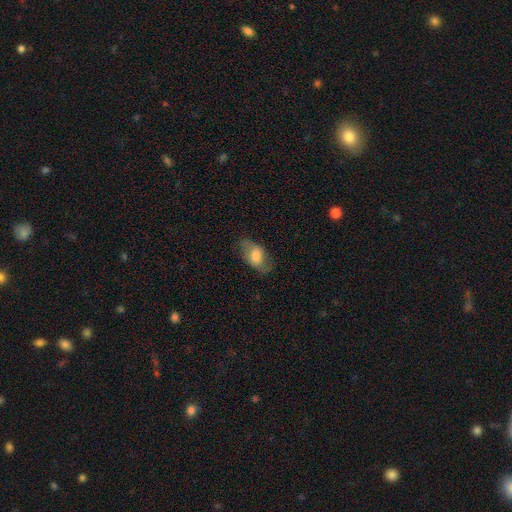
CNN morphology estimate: type=smooth (64%); roundness=in between (89%); merging=none (72%).